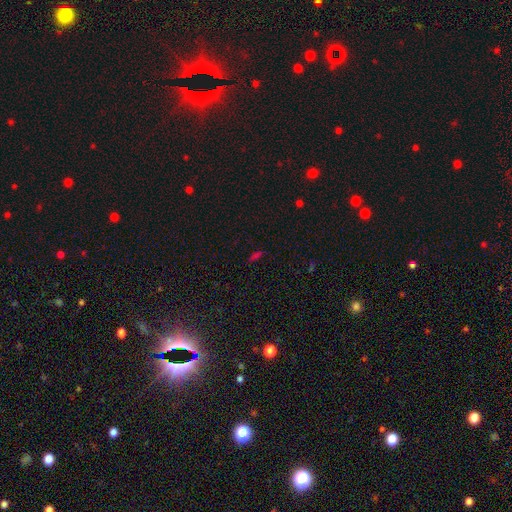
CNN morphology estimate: smooth-or-featured: smooth: 47% | star or artifact: 42% | featured or disk: 11%
  merging: none: 77% | minor disturbance: 13% | major disturbance: 5% | merger: 4%